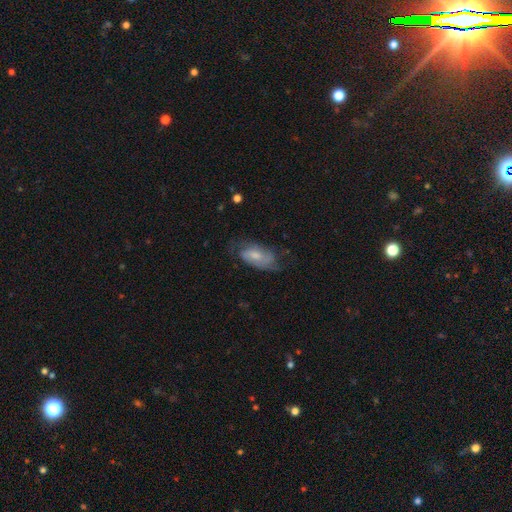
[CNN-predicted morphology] This is possibly a featured or disk galaxy (47%). Merging: possibly none (53%).